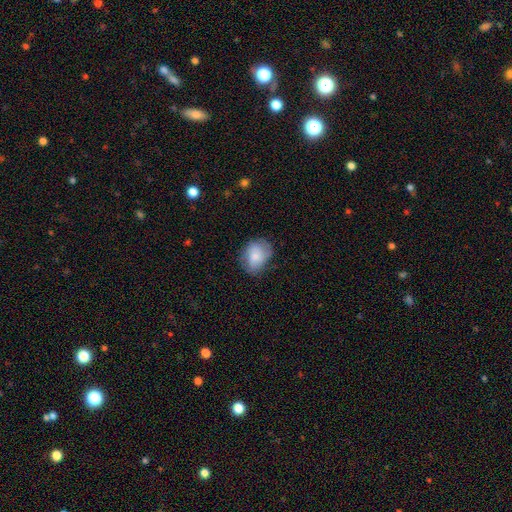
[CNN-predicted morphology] smooth_or_featured: smooth (p=0.73) [alt: featured or disk p=0.20]
how_rounded: in between (p=0.61) [alt: round p=0.38]
merging: none (p=0.61) [alt: minor disturbance p=0.28]